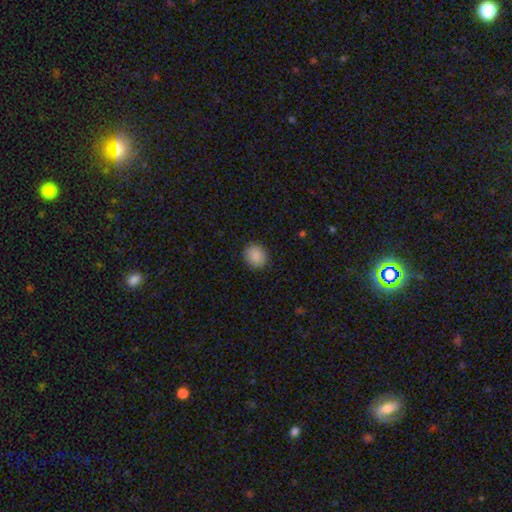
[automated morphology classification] smooth 89%, star or artifact 8%, featured or disk 3%. Down the decision tree: how rounded — round (73%); merging — none (90%).